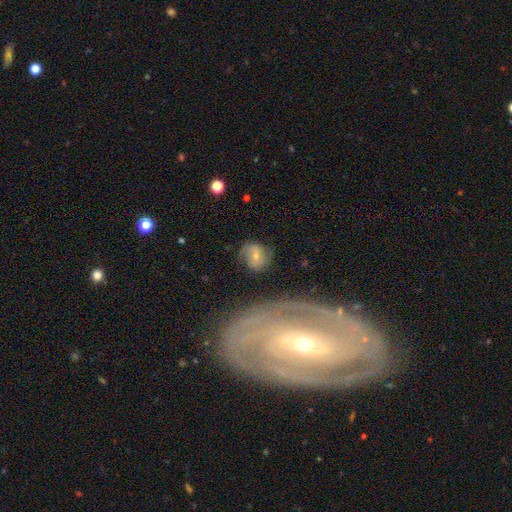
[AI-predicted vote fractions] The model was most divided on "bulge size": small: 48%, moderate: 47%, none: 2%, large: 2%, dominant: 1%. Remaining: edge-on disk — no (96%); spiral arms — yes (84%); merging — none (71%); smooth or featured — featured or disk (57%); bar — weak (43%).